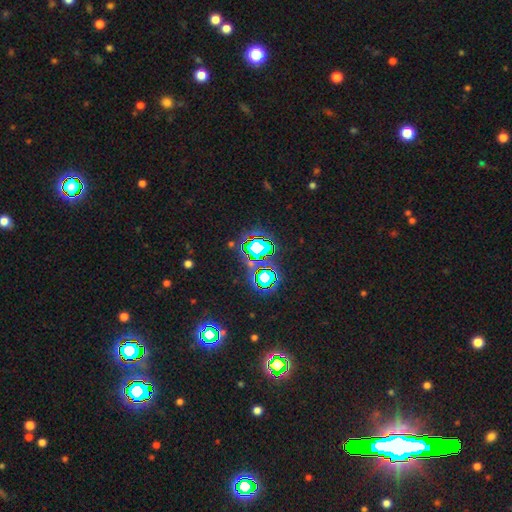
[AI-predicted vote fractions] Smooth or featured: star or artifact — 81% (smooth — 12%)